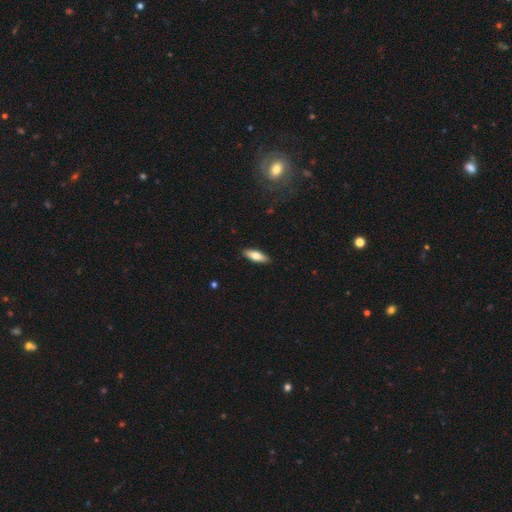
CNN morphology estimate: Smooth or featured?
  - smooth: 70% *
  - featured or disk: 24%
  - star or artifact: 6%
How rounded?
  - in between: 56% *
  - cigar-shaped: 42%
  - round: 2%
Merging?
  - none: 89% *
  - minor disturbance: 8%
  - major disturbance: 2%
  - merger: 1%